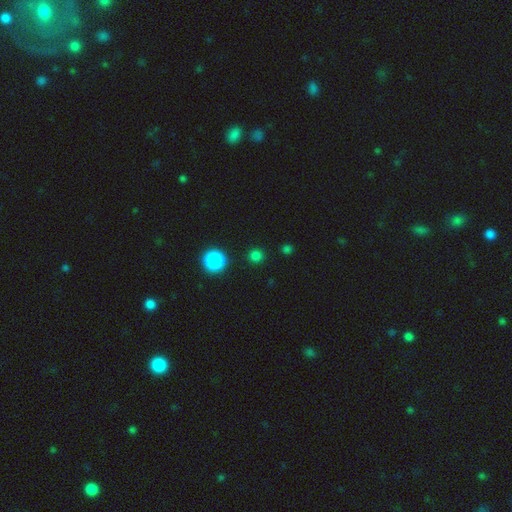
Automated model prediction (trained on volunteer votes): Smooth or featured: smooth — 76% (star or artifact — 20%)
How rounded: round — 93% (in between — 6%)
Merging: none — 90% (minor disturbance — 6%)